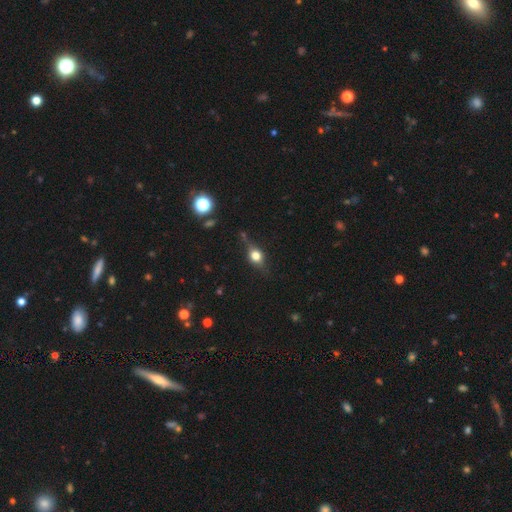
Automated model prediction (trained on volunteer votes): smooth 59%, featured or disk 27%, star or artifact 14%. Down the decision tree: how rounded — round (49%); merging — none (64%).